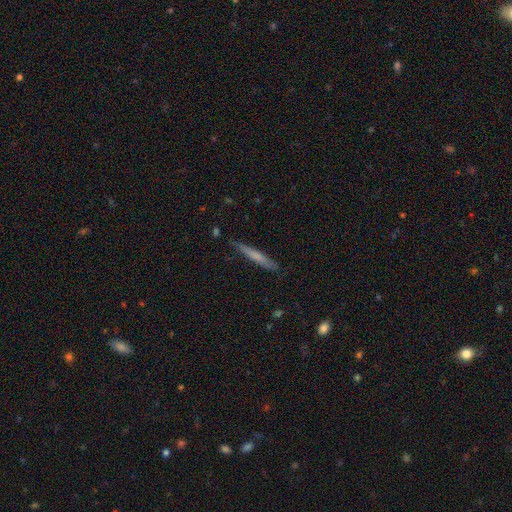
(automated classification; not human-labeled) Smooth or featured? smooth (57%)
How rounded? cigar-shaped (96%)
Merging? none (85%)